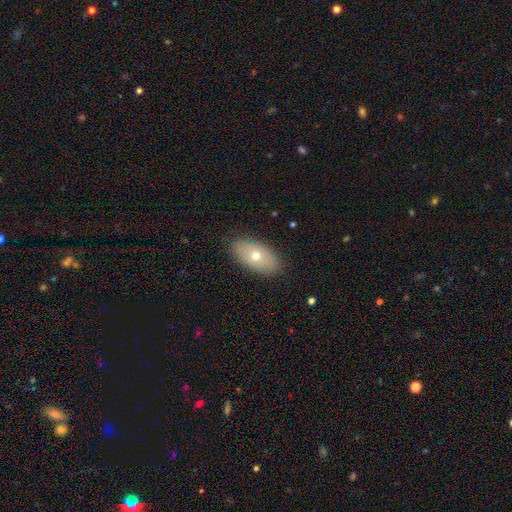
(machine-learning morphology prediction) Smooth or featured: smooth — 65% (featured or disk — 27%)
How rounded: in between — 91% (round — 5%)
Merging: none — 88% (minor disturbance — 9%)